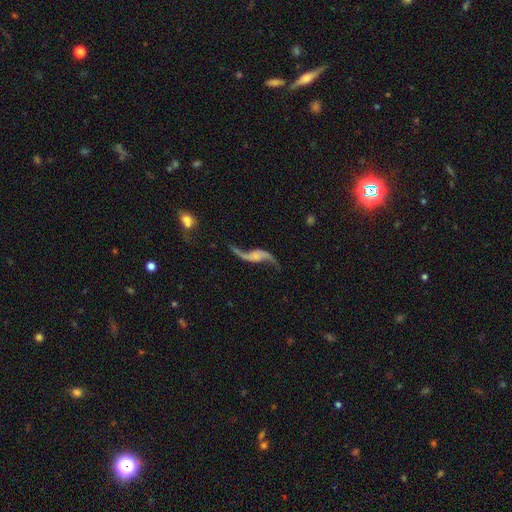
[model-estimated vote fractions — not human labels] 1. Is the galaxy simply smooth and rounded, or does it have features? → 89% featured or disk, 6% smooth, 5% star or artifact.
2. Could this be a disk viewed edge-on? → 93% no, 7% yes.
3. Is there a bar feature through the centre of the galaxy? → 59% no, 29% weak, 12% strong.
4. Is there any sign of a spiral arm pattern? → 96% yes, 4% no.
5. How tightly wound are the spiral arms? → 95% loose, 4% medium, 2% tight.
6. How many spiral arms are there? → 94% 2, 2% 1, 1% can't tell, 1% 3, 1% 4, 1% more than 4.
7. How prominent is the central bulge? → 43% none, 37% small, 13% moderate, 5% large, 2% dominant.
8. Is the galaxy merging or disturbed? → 70% none, 14% minor disturbance, 11% major disturbance, 5% merger.